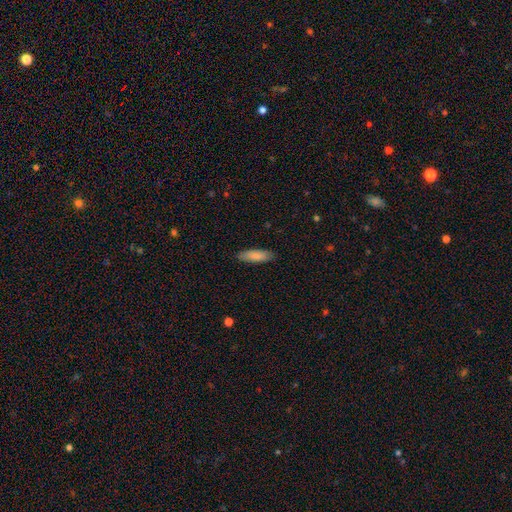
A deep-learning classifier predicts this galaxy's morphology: This is clearly a smooth galaxy (86%). How rounded: possibly cigar-shaped (52%). Merging: clearly none (87%).